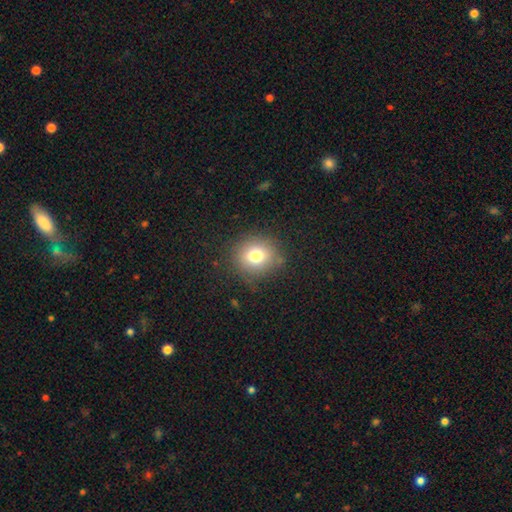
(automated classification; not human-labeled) smooth-or-featured: smooth: 76% | star or artifact: 13% | featured or disk: 11%
  how-rounded: round: 82% | in between: 17% | cigar-shaped: 1%
  merging: none: 82% | minor disturbance: 12% | major disturbance: 4% | merger: 1%